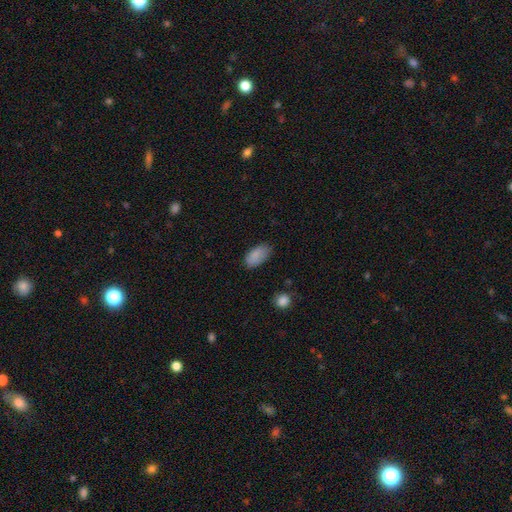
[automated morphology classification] A smooth galaxy with no disk features (86%) that is in between round and cigar-shaped (93%). Merging: none (75%).